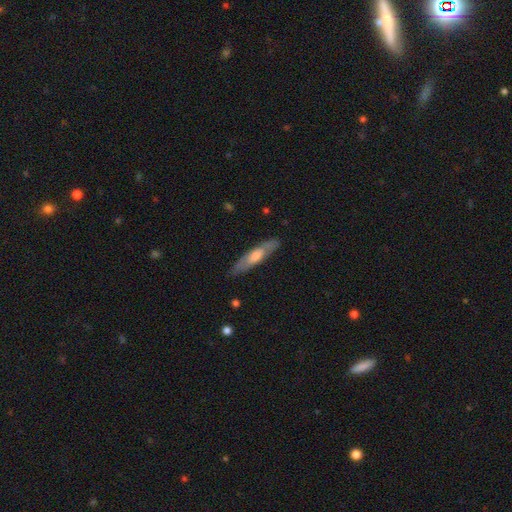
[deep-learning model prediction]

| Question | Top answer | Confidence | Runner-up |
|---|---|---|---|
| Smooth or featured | featured or disk | 50% | smooth (45%) |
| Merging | none | 82% | minor disturbance (14%) |